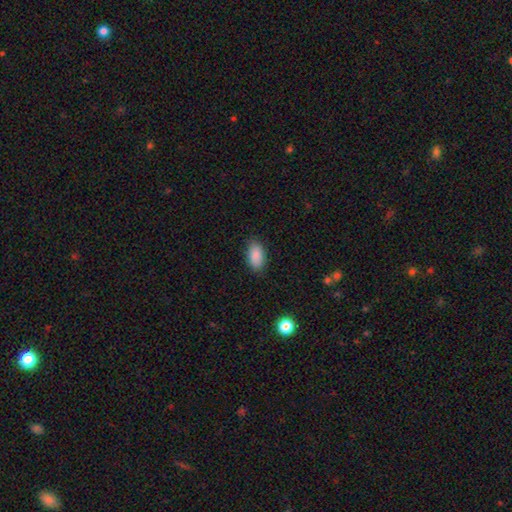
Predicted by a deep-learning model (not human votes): A smooth galaxy with no disk features (89%) that is in between round and cigar-shaped (93%). Merging: none (85%).